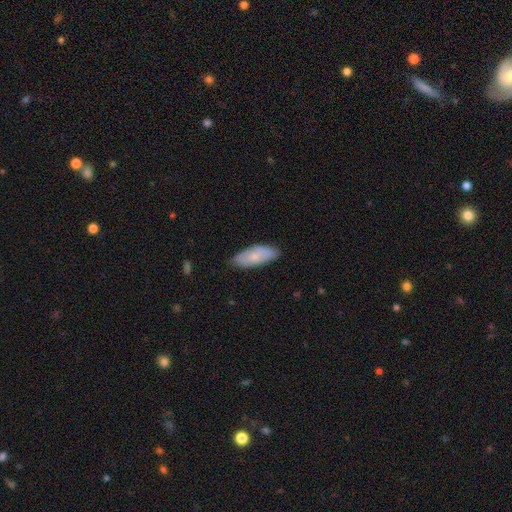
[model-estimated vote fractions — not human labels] This appears to be a smooth galaxy with no disk features (67%) that is in between round and cigar-shaped (82%). Merging: none (77%).